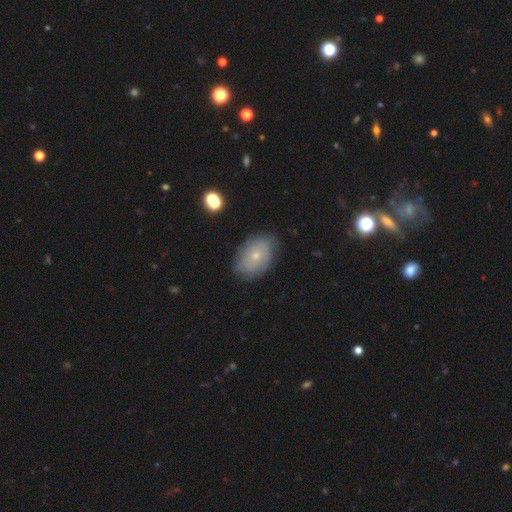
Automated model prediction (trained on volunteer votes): Morphology: type=smooth (61%); roundness=in between (85%); merging=none (78%).